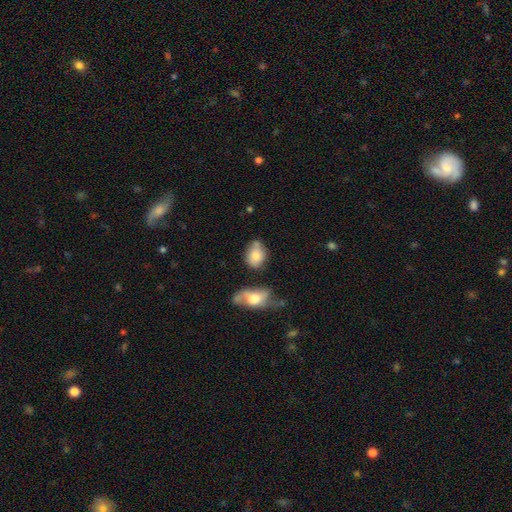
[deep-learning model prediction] Smooth or featured?
  - smooth: 76% *
  - featured or disk: 16%
  - star or artifact: 8%
How rounded?
  - in between: 68% *
  - round: 30%
  - cigar-shaped: 2%
Merging?
  - none: 52% *
  - minor disturbance: 26%
  - merger: 14%
  - major disturbance: 8%